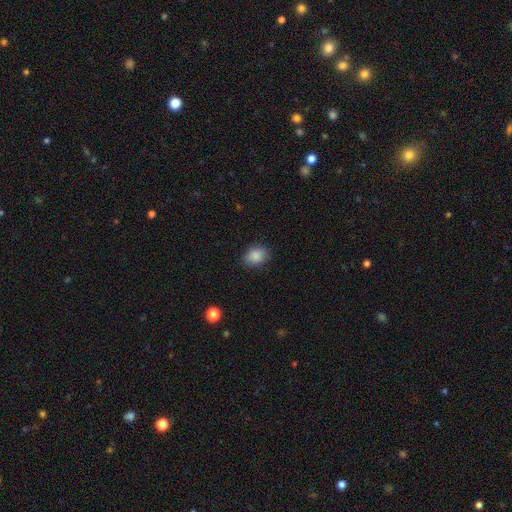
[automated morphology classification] A smooth galaxy with no disk features (87%) that is in between round and cigar-shaped (56%). Merging: none (83%).